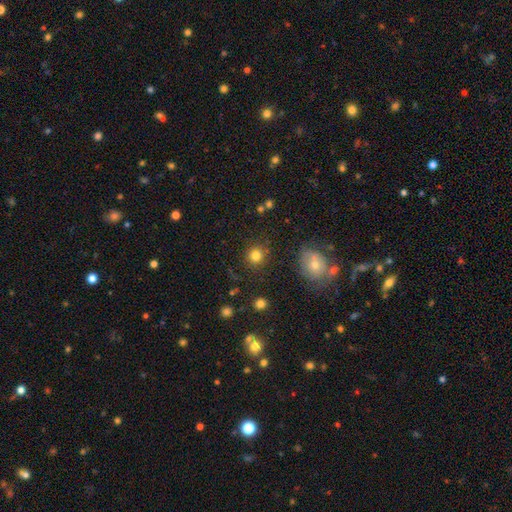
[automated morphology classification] A smooth galaxy with no disk features (81%) that is round (91%). Merging: none (86%).